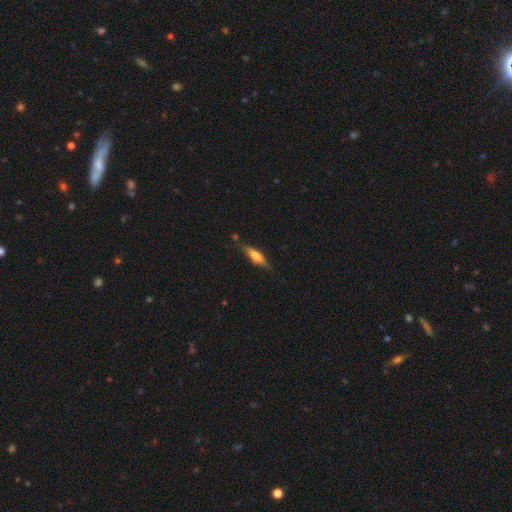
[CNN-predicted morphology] Q: Smooth or featured?
A: smooth (58%); runner-up: featured or disk (36%)
Q: How rounded?
A: cigar-shaped (67%); runner-up: in between (31%)
Q: Merging?
A: none (79%); runner-up: minor disturbance (16%)